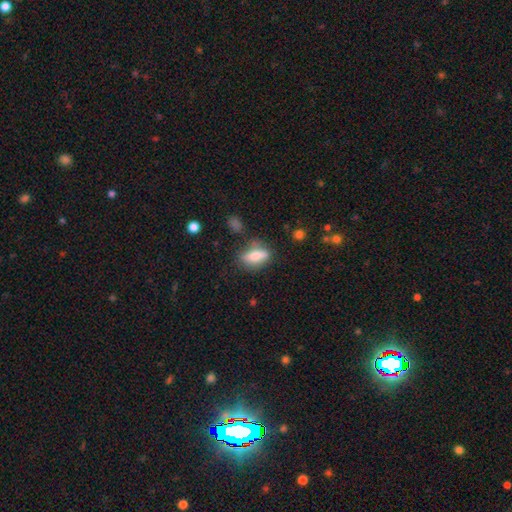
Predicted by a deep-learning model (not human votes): smooth_or_featured: smooth (p=0.71) [alt: featured or disk p=0.20]
how_rounded: in between (p=0.72) [alt: cigar-shaped p=0.22]
merging: none (p=0.62) [alt: minor disturbance p=0.23]